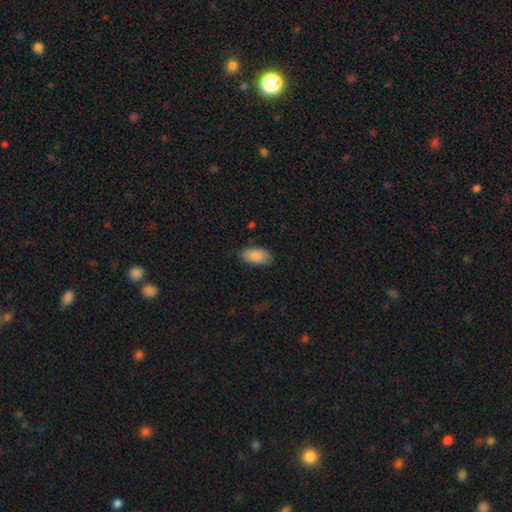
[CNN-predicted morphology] Smooth or featured?
  - smooth: 88% *
  - star or artifact: 6%
  - featured or disk: 6%
How rounded?
  - in between: 94% *
  - cigar-shaped: 4%
  - round: 3%
Merging?
  - none: 81% *
  - minor disturbance: 15%
  - major disturbance: 3%
  - merger: 1%